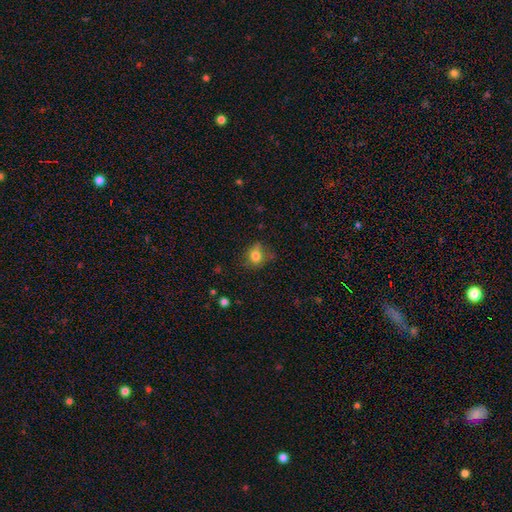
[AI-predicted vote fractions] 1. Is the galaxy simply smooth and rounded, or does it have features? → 78% smooth, 11% star or artifact, 10% featured or disk.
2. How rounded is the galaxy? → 67% round, 32% in between, 1% cigar-shaped.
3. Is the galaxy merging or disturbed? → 65% none, 24% minor disturbance, 8% major disturbance, 2% merger.